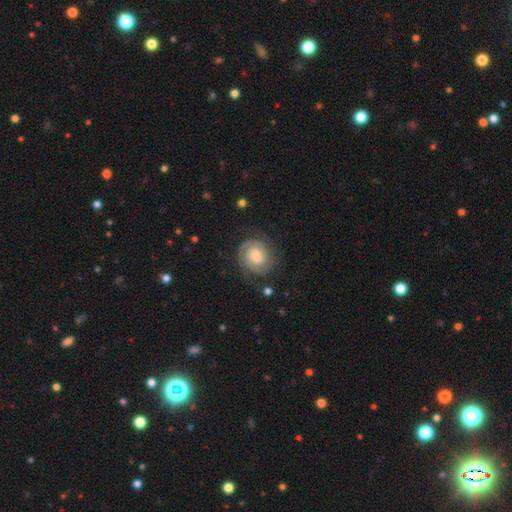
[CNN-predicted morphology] A featured or disk galaxy (82%) with no bar (59%), 2 (83%) tight (72%) spiral arms (97%) and a moderate central bulge (42%).

Vote fractions:
- Smooth or featured? featured or disk: 82% / smooth: 12% / star or artifact: 6%
- Edge-on disk? no: 98% / yes: 2%
- Bar? no: 59% / weak: 33% / strong: 7%
- Spiral arms? yes: 97% / no: 3%
- Spiral winding? tight: 72% / medium: 24% / loose: 4%
- Spiral arm count? 2: 83% / can't tell: 6% / 3: 5% / 1: 3% / 4: 2% / more than 4: 2%
- Bulge size? moderate: 42% / small: 34% / large: 14% / none: 9% / dominant: 2%
- Merging? none: 80% / minor disturbance: 13% / major disturbance: 6% / merger: 1%